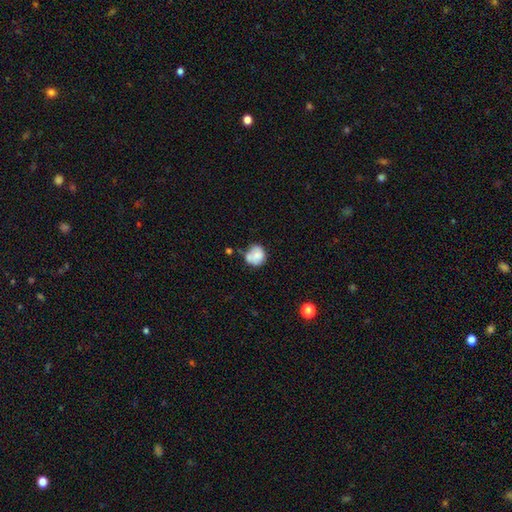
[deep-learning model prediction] The model was most divided on "merging": none: 47%, minor disturbance: 25%, merger: 19%, major disturbance: 9%. More confident: how rounded — round (77%); smooth or featured — smooth (74%).